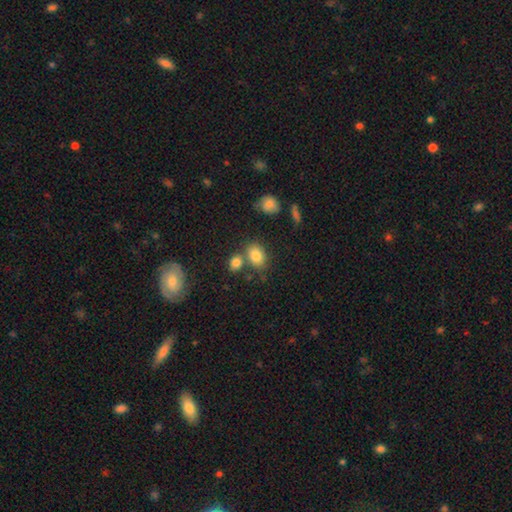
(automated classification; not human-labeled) smooth_or_featured: smooth (p=0.82) [alt: star or artifact p=0.10]
how_rounded: in between (p=0.73) [alt: round p=0.25]
merging: none (p=0.59) [alt: merger p=0.24]